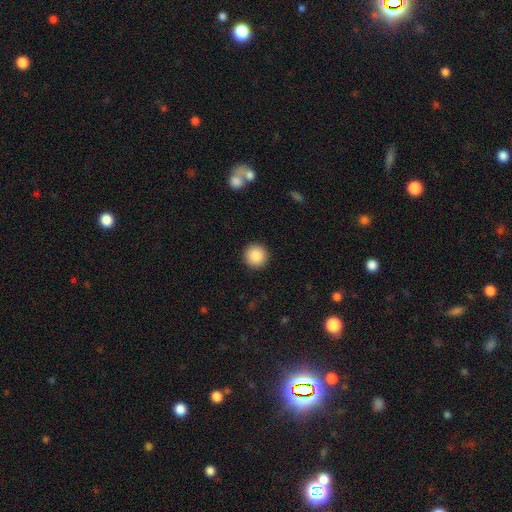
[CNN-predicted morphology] Smooth or featured: smooth — 88% (star or artifact — 8%)
How rounded: round — 96% (in between — 3%)
Merging: none — 93% (minor disturbance — 4%)